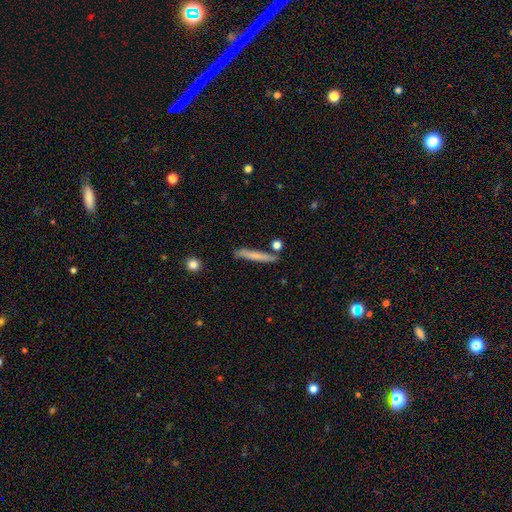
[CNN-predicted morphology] Smooth or featured?
  - smooth: 68% *
  - featured or disk: 26%
  - star or artifact: 7%
How rounded?
  - cigar-shaped: 95% *
  - in between: 4%
  - round: 2%
Merging?
  - none: 81% *
  - minor disturbance: 12%
  - merger: 5%
  - major disturbance: 3%